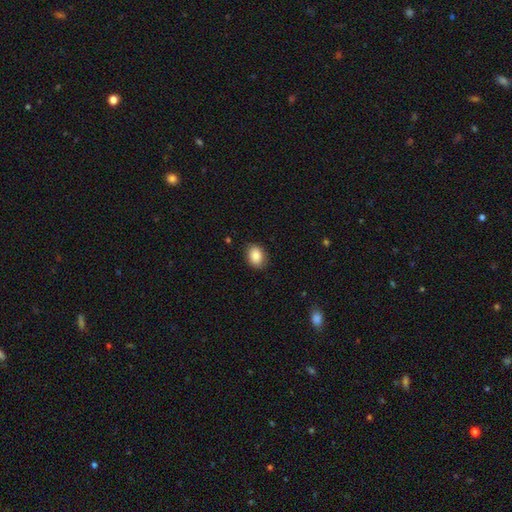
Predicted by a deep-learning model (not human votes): The model was most divided on "how rounded": in between: 72%, round: 27%, cigar-shaped: 1%. More confident: smooth or featured — smooth (86%); merging — none (84%).